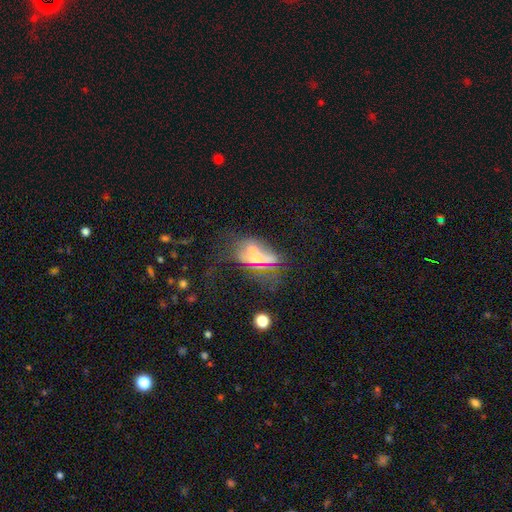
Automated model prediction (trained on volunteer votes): The model was most divided on "smooth or featured": smooth: 43%, star or artifact: 34%, featured or disk: 23%. Remaining: merging — none (46%).